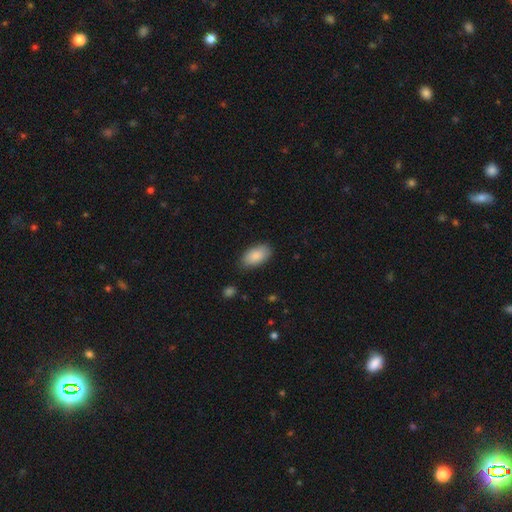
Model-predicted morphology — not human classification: smooth_or_featured: smooth (p=0.88) [alt: featured or disk p=0.06]
how_rounded: in between (p=0.95) [alt: round p=0.03]
merging: none (p=0.81) [alt: minor disturbance p=0.14]